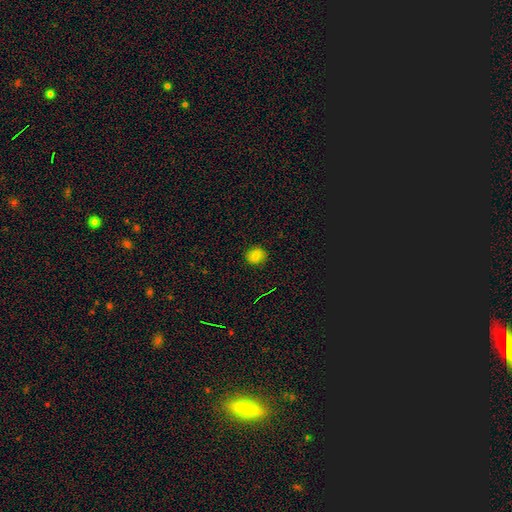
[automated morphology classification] Q: Smooth or featured?
A: smooth (82%); runner-up: star or artifact (14%)
Q: How rounded?
A: round (69%); runner-up: in between (30%)
Q: Merging?
A: none (87%); runner-up: minor disturbance (10%)